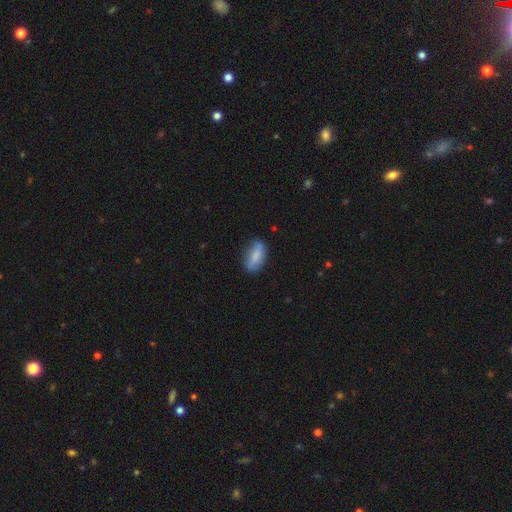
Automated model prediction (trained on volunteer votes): smooth 79%, featured or disk 14%, star or artifact 7%. Down the decision tree: how rounded — in between (85%); merging — none (71%).